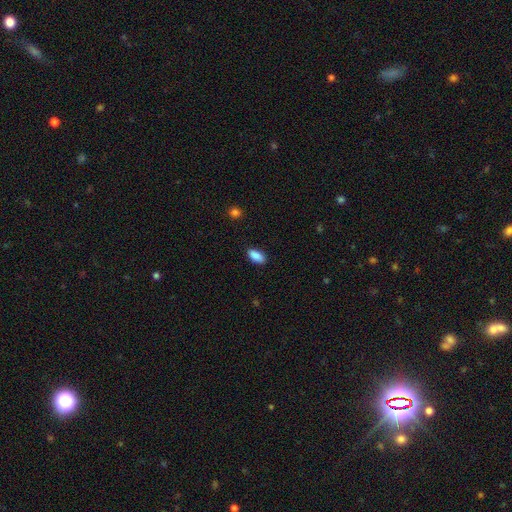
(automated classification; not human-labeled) Smooth or featured? Predicted: smooth (p=0.89). How rounded? Predicted: in between (p=0.92). Merging? Predicted: none (p=0.87).